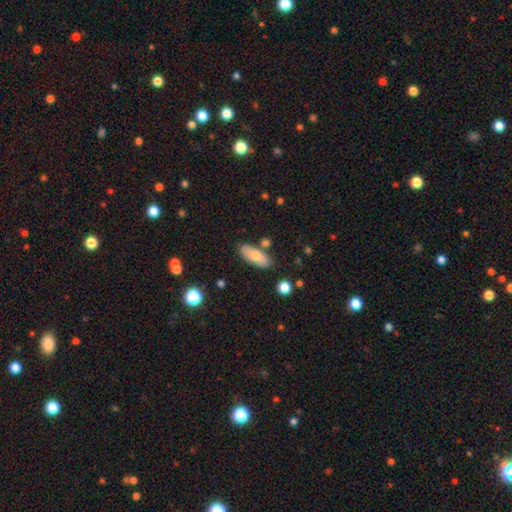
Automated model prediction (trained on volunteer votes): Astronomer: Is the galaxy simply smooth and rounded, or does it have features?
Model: smooth — 78%.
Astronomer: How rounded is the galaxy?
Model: in between — 77%.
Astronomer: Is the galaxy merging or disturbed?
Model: none — 80%.